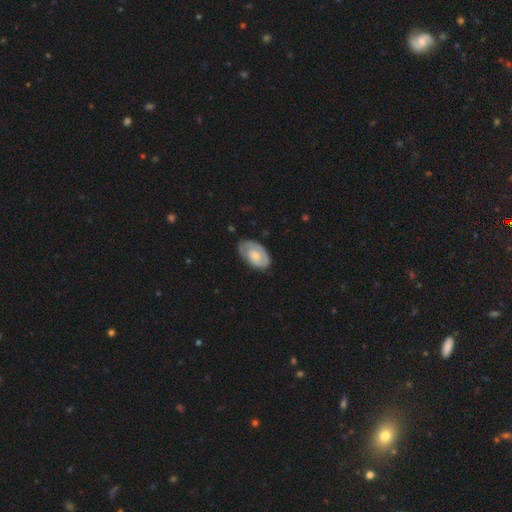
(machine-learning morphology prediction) smooth-or-featured: featured or disk: 55% | smooth: 40% | star or artifact: 5%
  disk-edge-on: no: 95% | yes: 5%
    bar: no: 80% | weak: 17% | strong: 3%
    has-spiral-arms: yes: 67% | no: 33%
    bulge-size: small: 46% | moderate: 45% | large: 4% | none: 3% | dominant: 1%
  merging: none: 65% | minor disturbance: 25% | major disturbance: 8% | merger: 1%